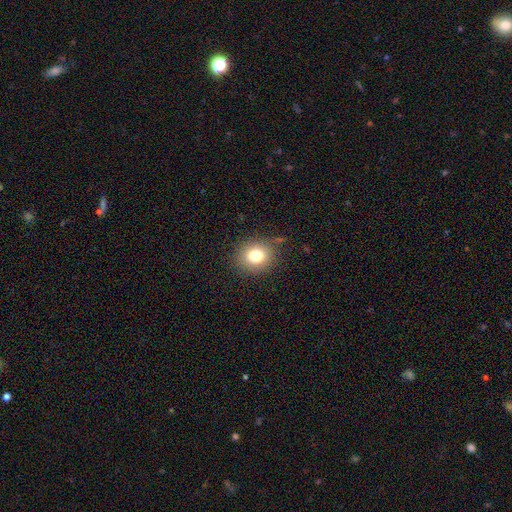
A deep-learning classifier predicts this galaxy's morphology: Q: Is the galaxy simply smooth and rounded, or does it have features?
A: smooth — 79%.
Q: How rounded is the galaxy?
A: round — 71%.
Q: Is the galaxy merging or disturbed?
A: none — 81%.